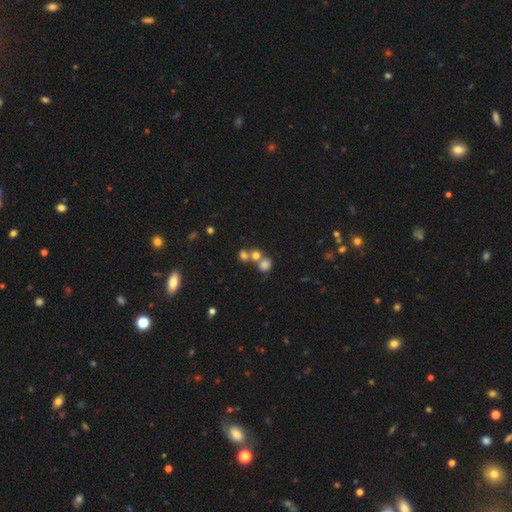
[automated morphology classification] Q: Smooth or featured?
A: smooth (70%); runner-up: star or artifact (18%)
Q: How rounded?
A: round (81%); runner-up: in between (18%)
Q: Merging?
A: merger (49%); runner-up: none (41%)